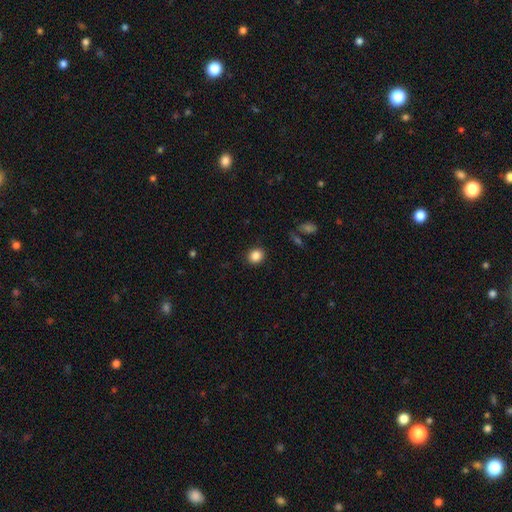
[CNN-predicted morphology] This appears to be a smooth galaxy with no disk features (86%) that is round (76%). Merging: none (89%).